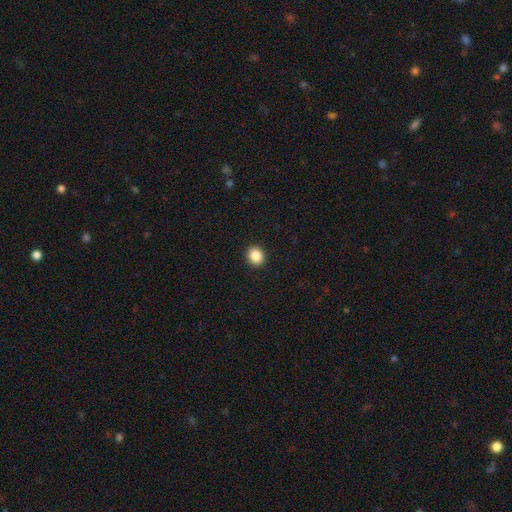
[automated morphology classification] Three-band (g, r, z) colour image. It shows a smooth galaxy with no disk features (87%) that is round (74%). Merging: none (93%).